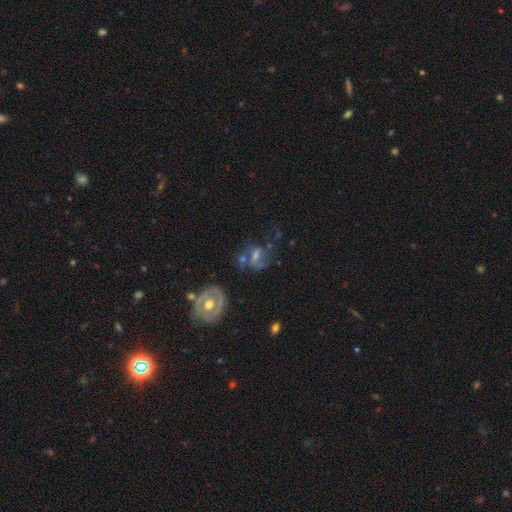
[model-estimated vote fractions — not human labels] Morphology: type=featured or disk (60%); edge-on=no (96%); bar=weak (42%); spiral arms=yes (69%); bulge=moderate (47%); merging=none (36%).